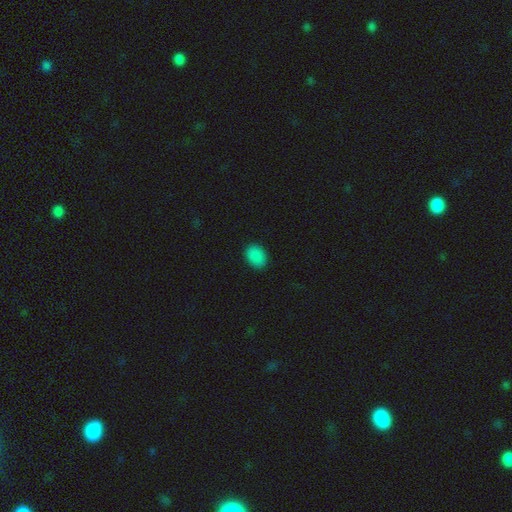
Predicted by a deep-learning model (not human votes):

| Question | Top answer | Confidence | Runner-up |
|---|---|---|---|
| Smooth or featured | smooth | 87% | star or artifact (11%) |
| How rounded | in between | 72% | round (27%) |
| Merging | none | 88% | minor disturbance (9%) |